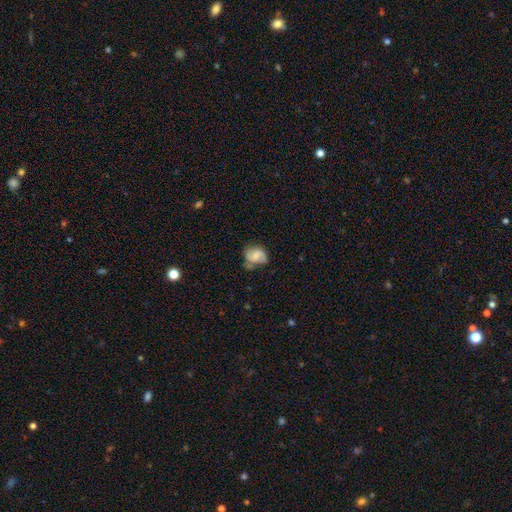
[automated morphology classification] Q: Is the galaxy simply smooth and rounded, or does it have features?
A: smooth — 49%.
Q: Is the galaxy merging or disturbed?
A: none — 46%.